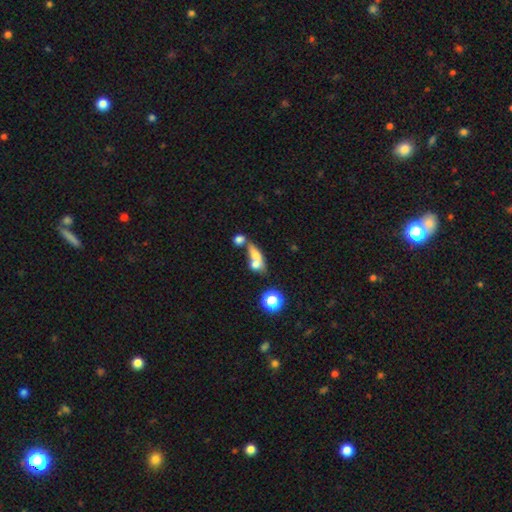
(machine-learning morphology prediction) Smooth or featured? Predicted: smooth (p=0.66). How rounded? Predicted: in between (p=0.57). Merging? Predicted: merger (p=0.52).